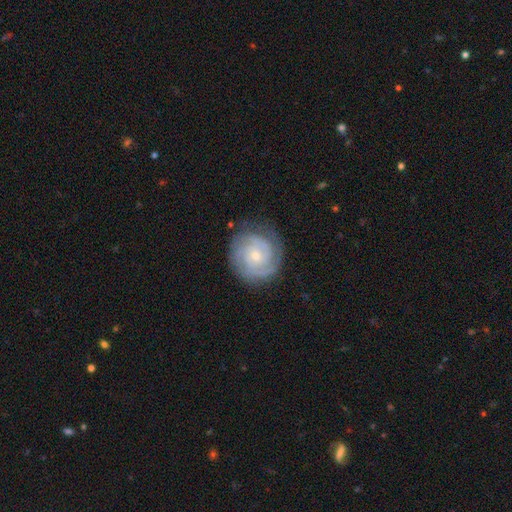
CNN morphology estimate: type=featured or disk (84%); edge-on=no (98%); bar=no (75%); spiral arms=yes (97%); winding=tight (79%); arm count=3 (32%); bulge=small (73%); merging=none (81%).